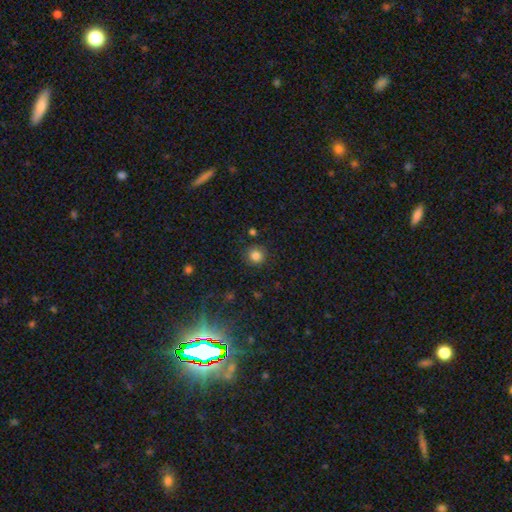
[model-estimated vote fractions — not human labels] This appears to be a smooth galaxy with no disk features (82%) that is round (93%). Merging: none (86%).